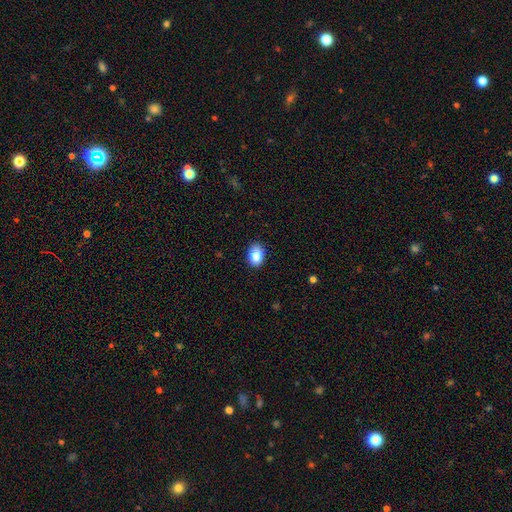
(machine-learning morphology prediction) Smooth or featured? smooth (87%)
How rounded? in between (81%)
Merging? none (86%)